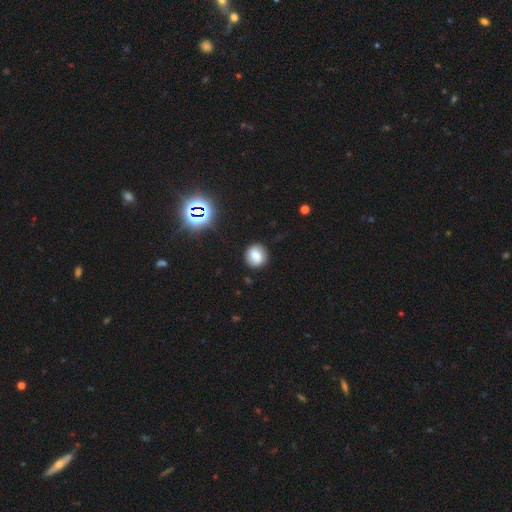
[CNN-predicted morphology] The model was most divided on "how rounded": round: 76%, in between: 23%, cigar-shaped: 1%. More confident: merging — none (80%); smooth or featured — smooth (71%).